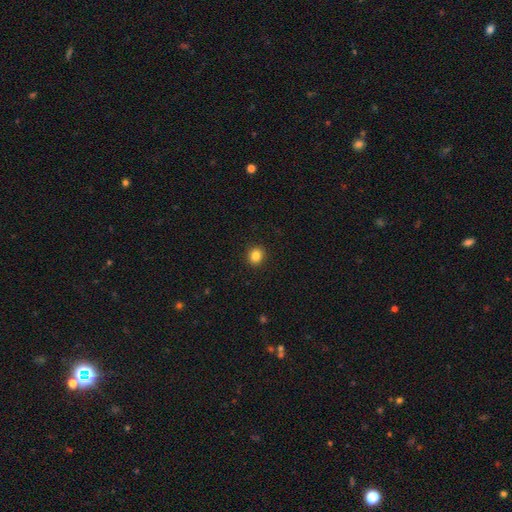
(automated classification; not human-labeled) smooth_or_featured: smooth (p=0.84) [alt: star or artifact p=0.11]
how_rounded: round (p=0.82) [alt: in between p=0.17]
merging: none (p=0.92) [alt: minor disturbance p=0.05]